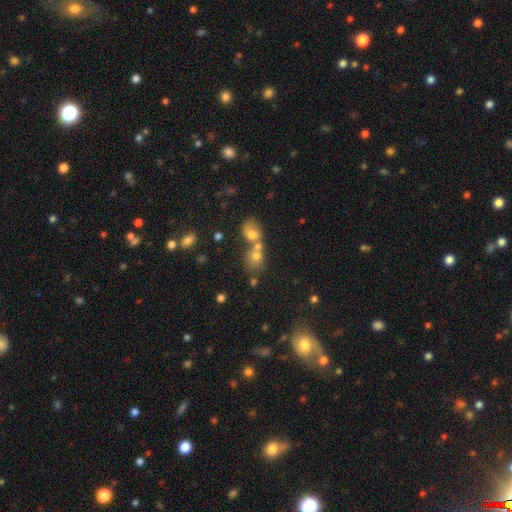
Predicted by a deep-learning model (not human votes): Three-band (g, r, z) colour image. It shows a smooth galaxy with no disk features (70%) that is round (58%). Merging: merger (60%).